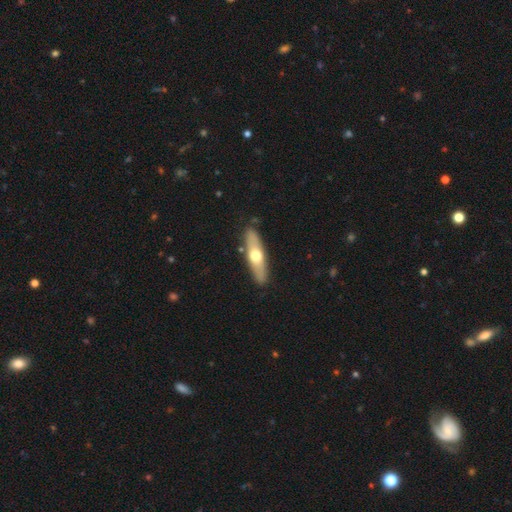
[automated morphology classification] smooth 51%, featured or disk 44%, star or artifact 5%. Down the decision tree: how rounded — cigar-shaped (65%); merging — none (87%).